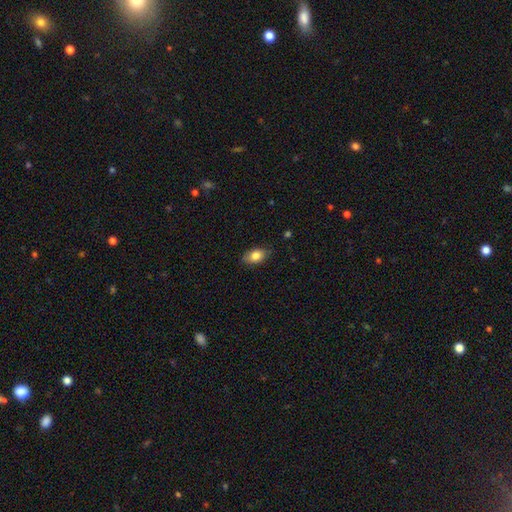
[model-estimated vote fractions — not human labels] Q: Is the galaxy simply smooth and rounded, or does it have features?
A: smooth — 82%.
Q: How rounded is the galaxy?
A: in between — 88%.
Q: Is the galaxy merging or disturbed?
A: none — 80%.